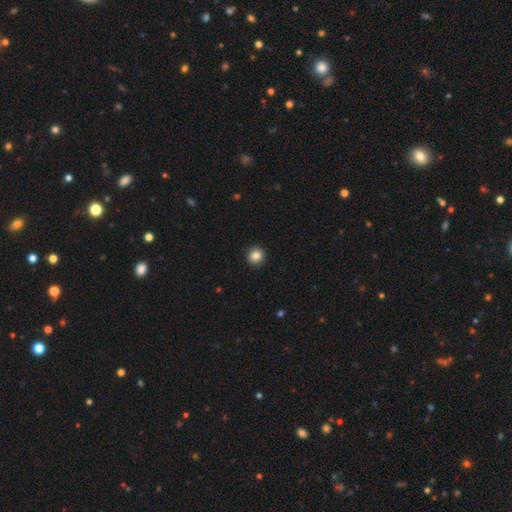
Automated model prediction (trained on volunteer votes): Smooth or featured? smooth (86%)
How rounded? round (93%)
Merging? none (93%)